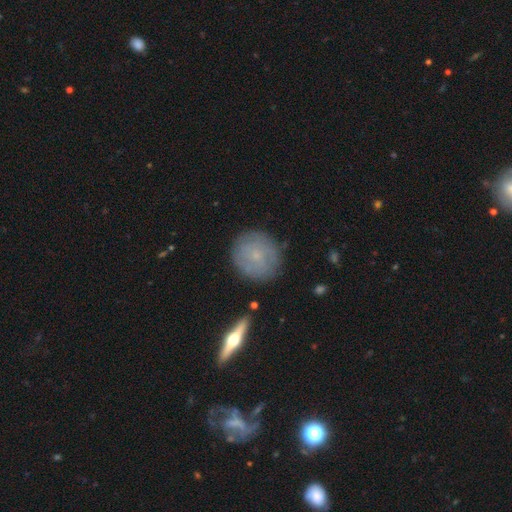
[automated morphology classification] smooth-or-featured: smooth: 48% | featured or disk: 43% | star or artifact: 9%
  merging: none: 82% | minor disturbance: 13% | major disturbance: 3% | merger: 2%